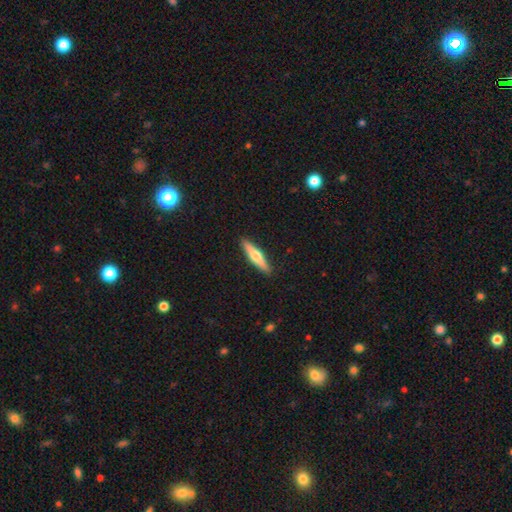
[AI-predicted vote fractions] Smooth or featured?
  - featured or disk: 54% *
  - smooth: 41%
  - star or artifact: 5%
Edge-on disk?
  - yes: 96% *
  - no: 4%
Edge-on bulge?
  - rounded: 92% *
  - boxy: 4%
  - none: 4%
Merging?
  - none: 91% *
  - minor disturbance: 6%
  - major disturbance: 1%
  - merger: 1%